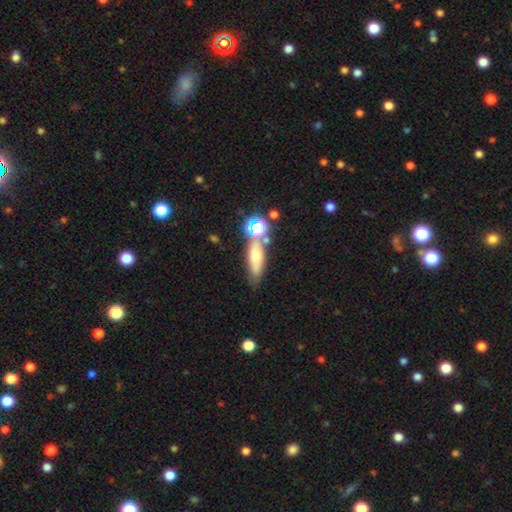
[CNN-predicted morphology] Overall: smooth (59%; featured or disk 24%). How rounded: in between (47%; cigar-shaped 43%). Merging: none (57%; merger 20%).